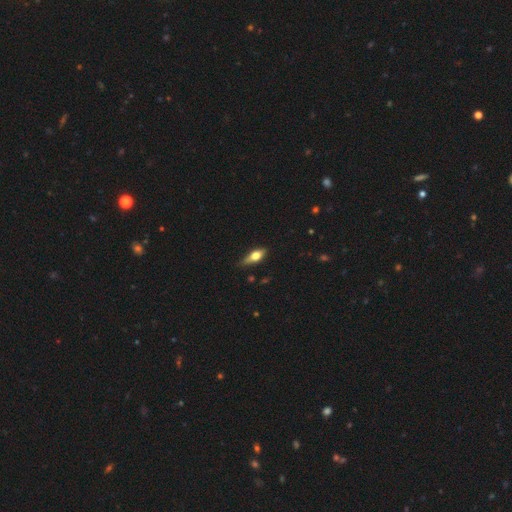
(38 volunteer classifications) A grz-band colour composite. It shows a featured or disk galaxy (66%) viewed edge-on (88%) with a rounded central bulge (95%). Merging: none (74%).